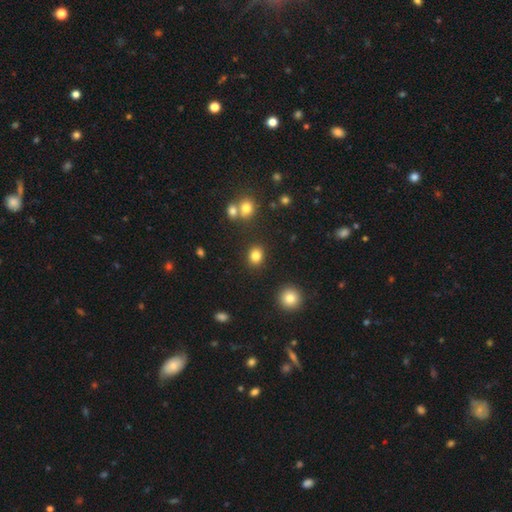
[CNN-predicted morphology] Overall: smooth (83%). How rounded: round (62%; in between 37%). Merging: none (86%).